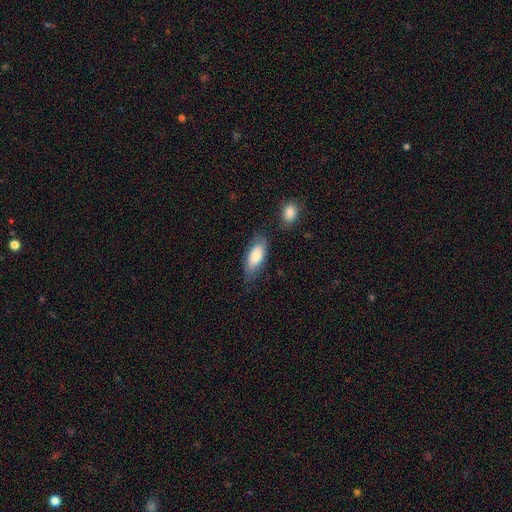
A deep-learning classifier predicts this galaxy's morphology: Smooth or featured?
  - smooth: 79% *
  - featured or disk: 15%
  - star or artifact: 6%
How rounded?
  - in between: 79% *
  - cigar-shaped: 19%
  - round: 2%
Merging?
  - none: 70% *
  - minor disturbance: 19%
  - merger: 5%
  - major disturbance: 5%